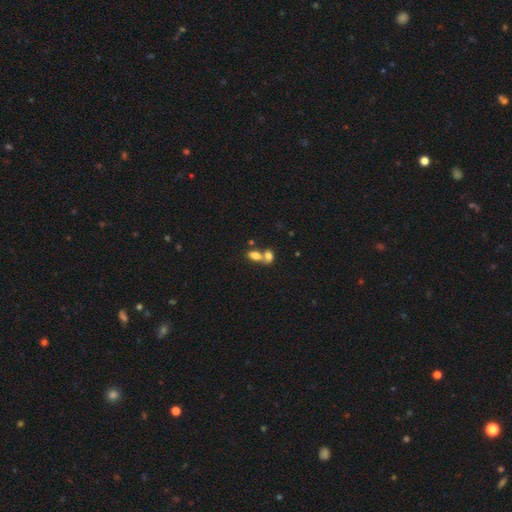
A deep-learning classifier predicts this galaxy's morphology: type=smooth (78%); roundness=in between (84%); merging=merger (63%).